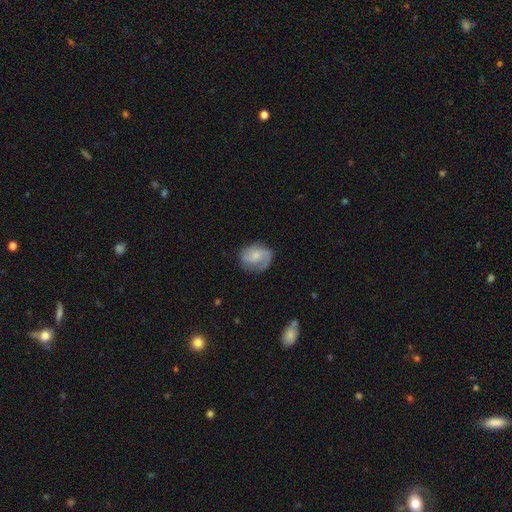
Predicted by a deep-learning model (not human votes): Q: Smooth or featured?
A: featured or disk (46%); tied with: smooth (46%)
Q: Merging?
A: none (66%); runner-up: minor disturbance (22%)